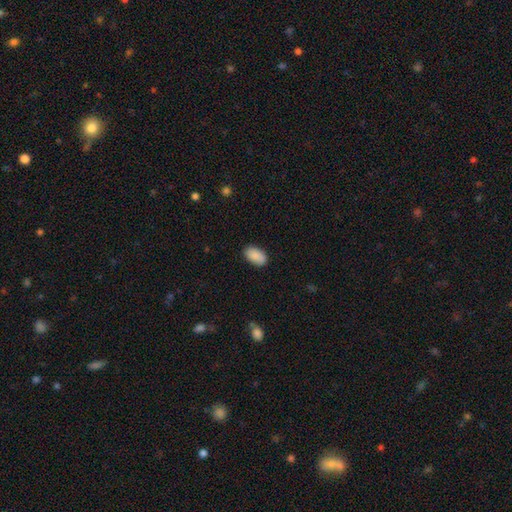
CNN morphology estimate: The model was most divided on "merging": none: 84%, minor disturbance: 12%, major disturbance: 2%, merger: 1%. More confident: how rounded — in between (94%); smooth or featured — smooth (88%).